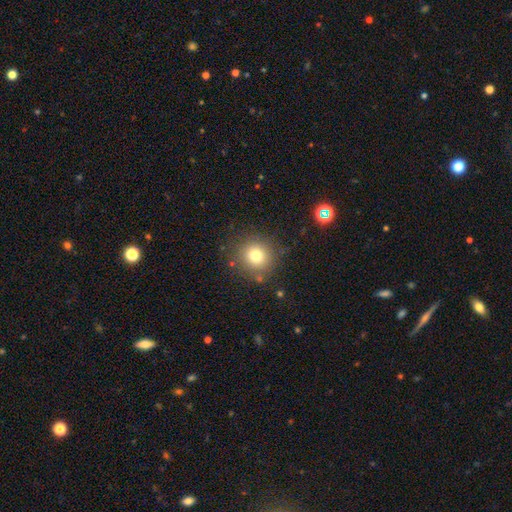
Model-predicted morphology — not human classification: This appears to be a smooth galaxy with no disk features (76%) that is round (92%). Merging: none (83%).